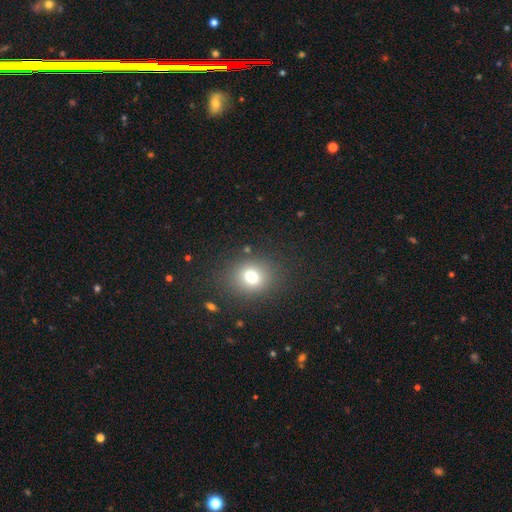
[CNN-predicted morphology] Overall: smooth (60%; star or artifact 32%). How rounded: round (79%). Merging: none (91%).